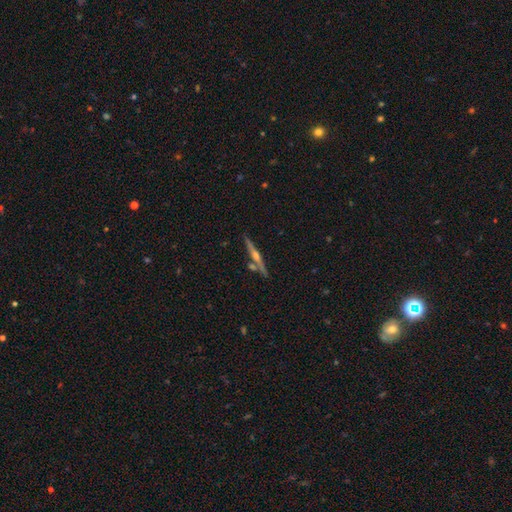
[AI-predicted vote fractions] This is likely a featured or disk galaxy (80%). It is clearly viewed edge-on (98%). Edge-on bulge: clearly rounded (87%). Merging: clearly none (83%).